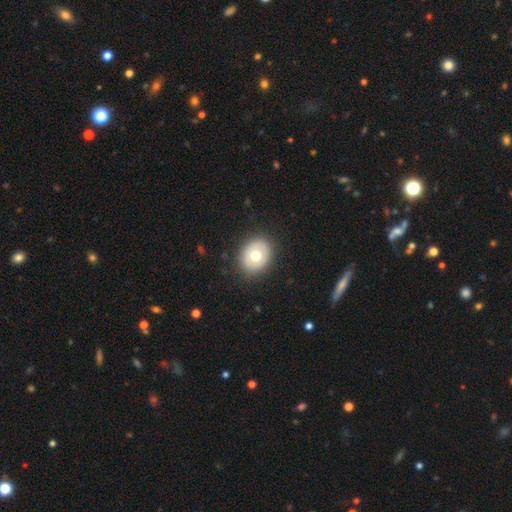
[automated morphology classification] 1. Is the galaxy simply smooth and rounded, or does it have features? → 61% smooth, 32% featured or disk, 7% star or artifact.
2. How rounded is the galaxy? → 62% round, 37% in between, 1% cigar-shaped.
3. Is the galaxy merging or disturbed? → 86% none, 10% minor disturbance, 3% major disturbance, 1% merger.